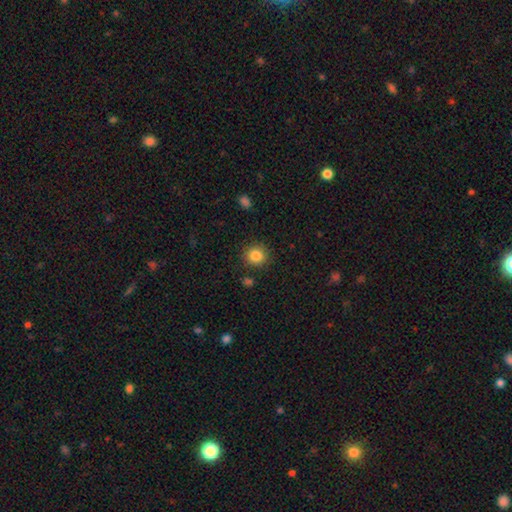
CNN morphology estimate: Smooth or featured?
  - smooth: 85% *
  - star or artifact: 10%
  - featured or disk: 5%
How rounded?
  - round: 89% *
  - in between: 10%
  - cigar-shaped: 1%
Merging?
  - none: 87% *
  - minor disturbance: 8%
  - major disturbance: 3%
  - merger: 2%